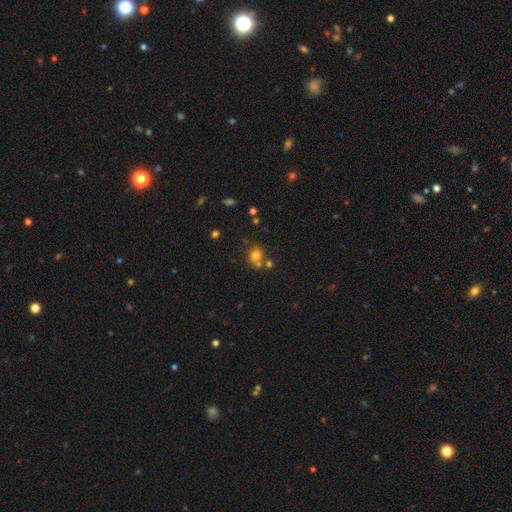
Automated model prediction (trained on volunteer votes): Overall: smooth (74%). How rounded: round (81%). Merging: none (58%; merger 28%).